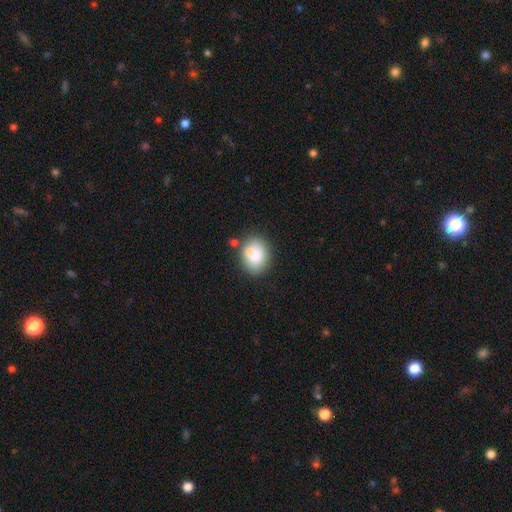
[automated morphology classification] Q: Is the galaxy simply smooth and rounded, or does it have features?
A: smooth — 74%.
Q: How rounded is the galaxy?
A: round — 52%.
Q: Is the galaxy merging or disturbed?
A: none — 57%.